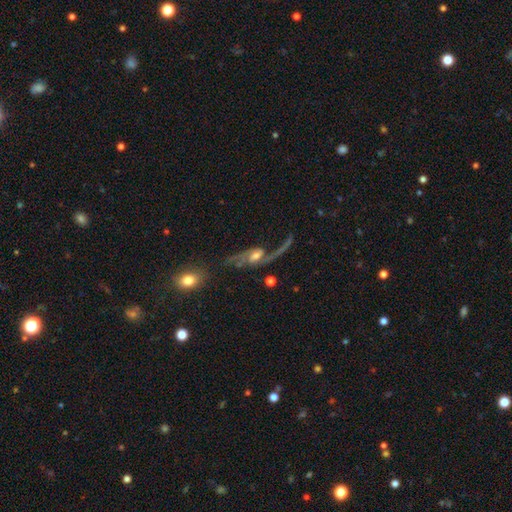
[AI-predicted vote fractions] Smooth or featured? featured or disk (84%)
Edge-on disk? no (93%)
Bar? weak (46%)
Spiral arms? yes (93%)
Spiral winding? loose (79%)
Spiral arm count? 2 (86%)
Bulge size? moderate (51%)
Merging? none (46%)